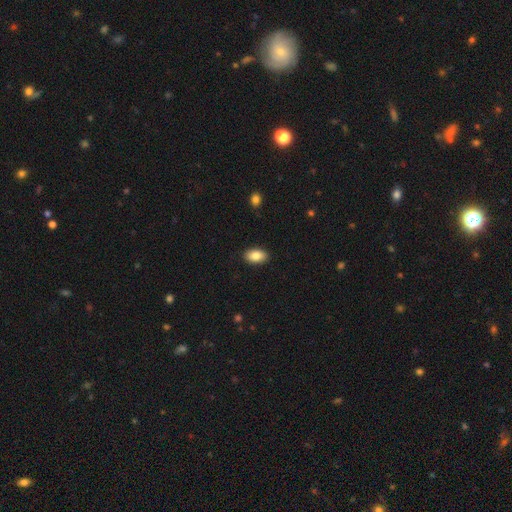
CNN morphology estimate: This is clearly a smooth galaxy (86%). How rounded: clearly in between (92%). Merging: clearly none (90%).